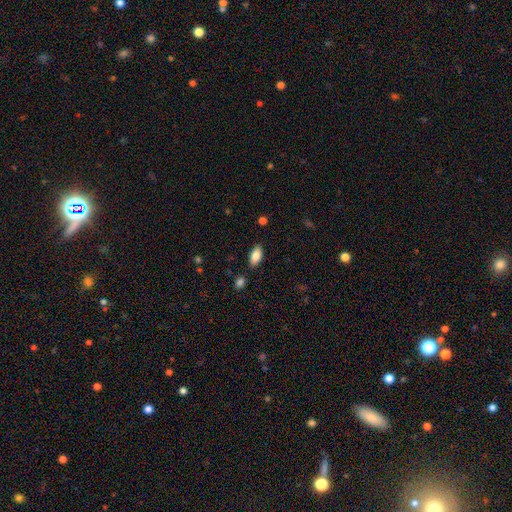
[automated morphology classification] A smooth galaxy with no disk features (86%) that is in between round and cigar-shaped (93%). Merging: none (85%).